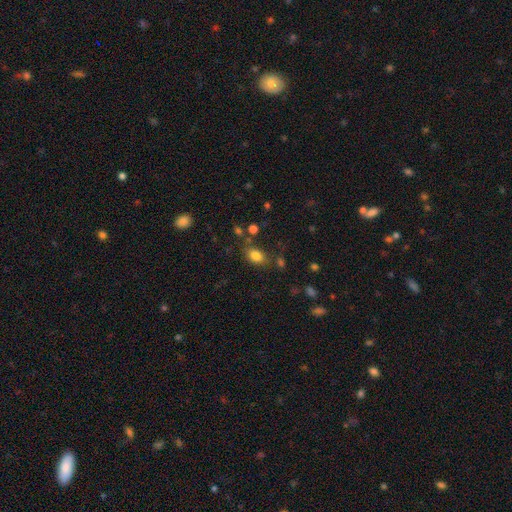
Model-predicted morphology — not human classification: Q: Smooth or featured?
A: smooth (82%); runner-up: star or artifact (11%)
Q: How rounded?
A: in between (77%); runner-up: round (22%)
Q: Merging?
A: none (72%); runner-up: minor disturbance (16%)